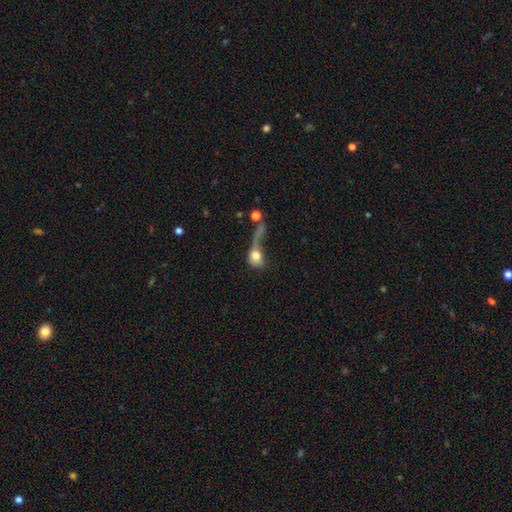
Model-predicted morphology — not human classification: This appears to be a smooth galaxy with no disk features (66%) that is round (47%, tied with in between). Merging: major disturbance (51%).